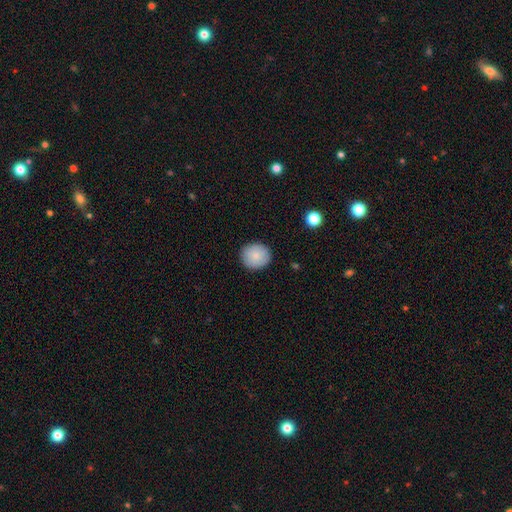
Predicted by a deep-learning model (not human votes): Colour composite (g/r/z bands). It shows a smooth galaxy with no disk features (87%) that is round (81%). Merging: none (89%).